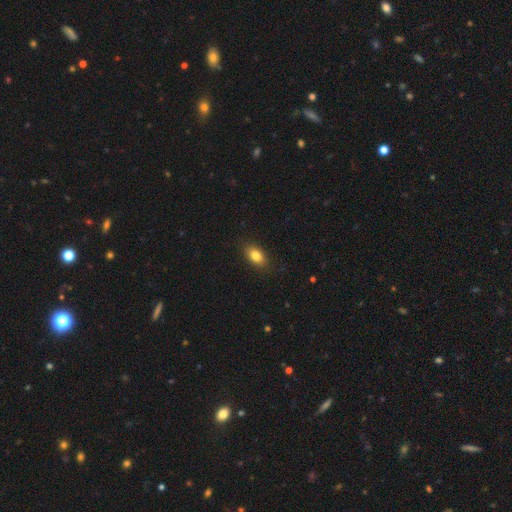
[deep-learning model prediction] smooth 83%, star or artifact 9%, featured or disk 8%. Down the decision tree: how rounded — in between (86%); merging — none (86%).